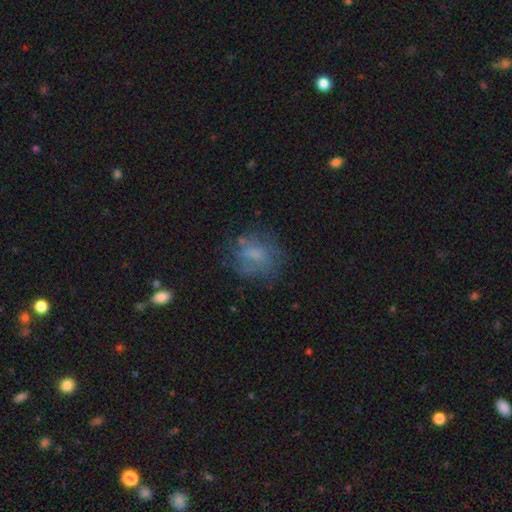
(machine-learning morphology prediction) A smooth galaxy with no disk features (48%). Merging: none (71%).